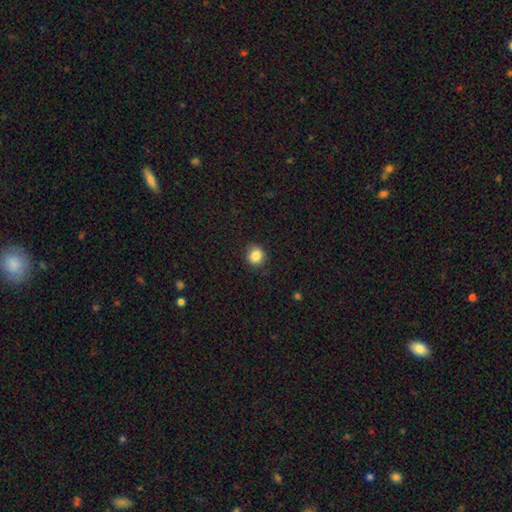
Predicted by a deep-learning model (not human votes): Smooth or featured: smooth — 85% (star or artifact — 10%)
How rounded: round — 87% (in between — 12%)
Merging: none — 90% (minor disturbance — 7%)